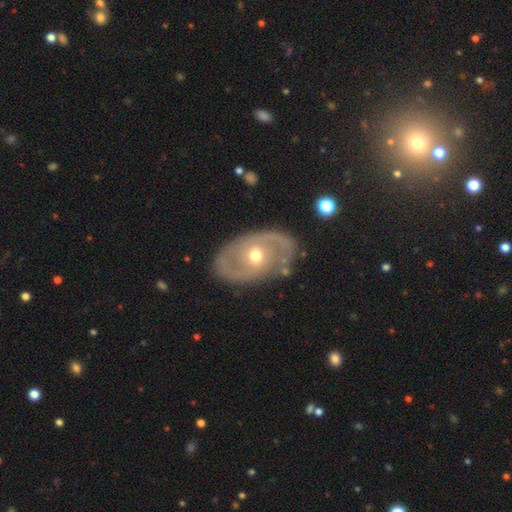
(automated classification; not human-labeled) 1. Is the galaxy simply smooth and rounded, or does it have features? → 75% featured or disk, 20% smooth, 5% star or artifact.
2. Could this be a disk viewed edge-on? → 93% no, 7% yes.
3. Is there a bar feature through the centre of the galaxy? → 58% no, 32% weak, 10% strong.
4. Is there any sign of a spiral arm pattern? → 66% yes, 34% no.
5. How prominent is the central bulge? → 65% moderate, 29% small, 4% large, 1% dominant, 1% none.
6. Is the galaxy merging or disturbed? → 80% none, 13% minor disturbance, 5% major disturbance, 2% merger.